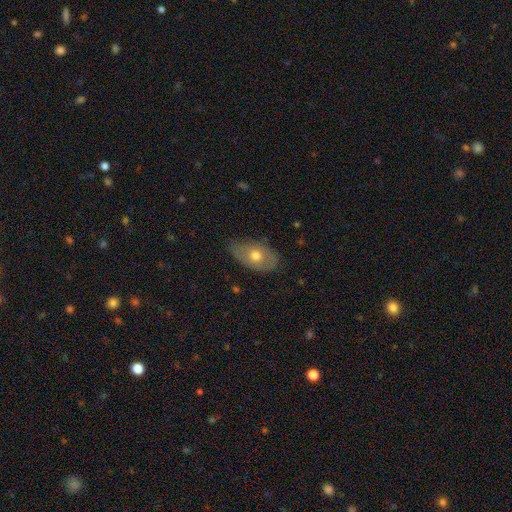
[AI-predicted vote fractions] smooth_or_featured: smooth (p=0.60) [alt: featured or disk p=0.33]
how_rounded: in between (p=0.87) [alt: round p=0.11]
merging: none (p=0.63) [alt: minor disturbance p=0.30]